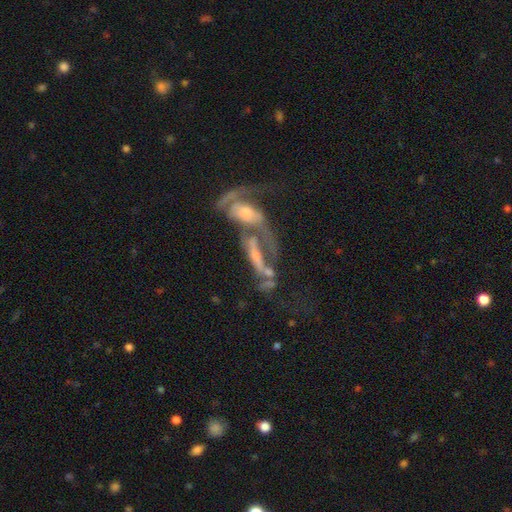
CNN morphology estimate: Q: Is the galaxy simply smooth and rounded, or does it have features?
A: featured or disk — 67%.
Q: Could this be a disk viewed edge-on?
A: no — 79%.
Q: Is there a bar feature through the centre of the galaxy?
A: no — 58%.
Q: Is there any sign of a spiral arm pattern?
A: yes — 60%.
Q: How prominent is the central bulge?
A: moderate — 37%.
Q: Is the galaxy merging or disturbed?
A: merger — 68%.